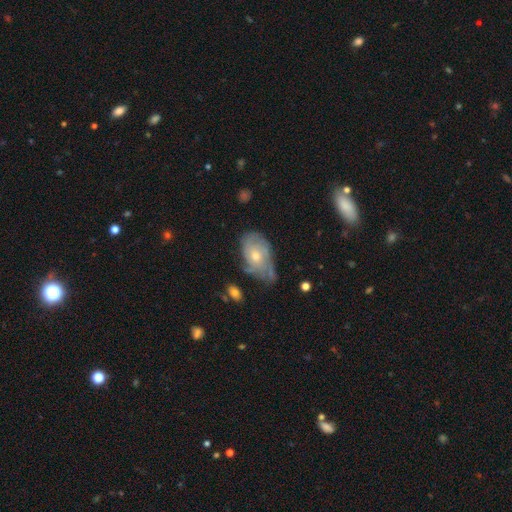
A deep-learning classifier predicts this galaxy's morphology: type=featured or disk (59%); edge-on=no (94%); bar=no (80%); spiral arms=yes (73%); bulge=moderate (58%); merging=none (50%).